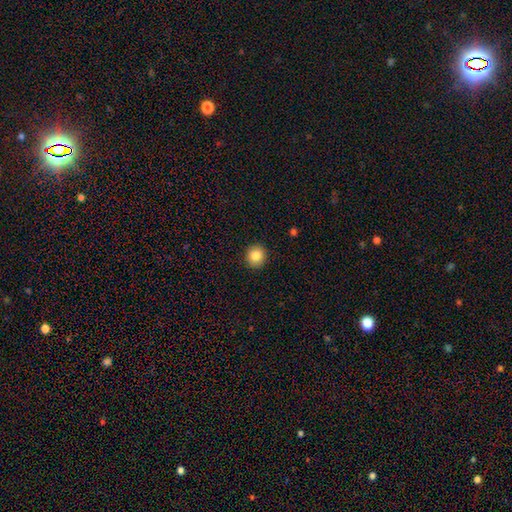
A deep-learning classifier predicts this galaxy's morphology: type=smooth (86%); roundness=round (89%); merging=none (92%).